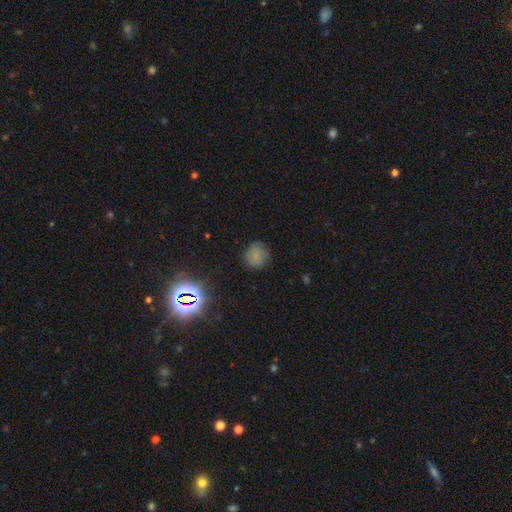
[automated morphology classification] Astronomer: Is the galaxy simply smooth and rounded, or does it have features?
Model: smooth — 74%.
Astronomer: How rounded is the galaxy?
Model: round — 88%.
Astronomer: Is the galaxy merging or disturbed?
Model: none — 82%.